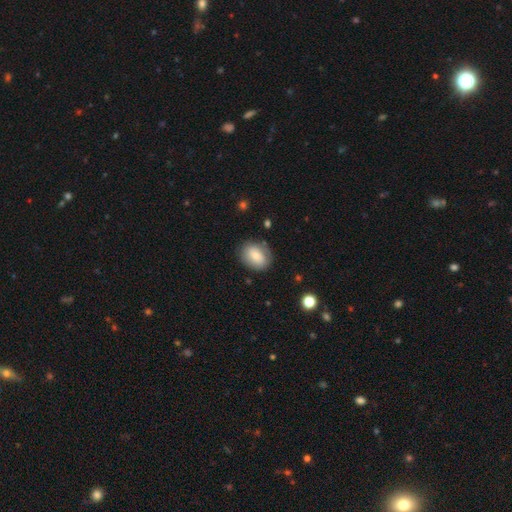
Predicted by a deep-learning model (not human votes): This is likely a smooth galaxy (72%). How rounded: likely in between (61%). Merging: likely none (78%).